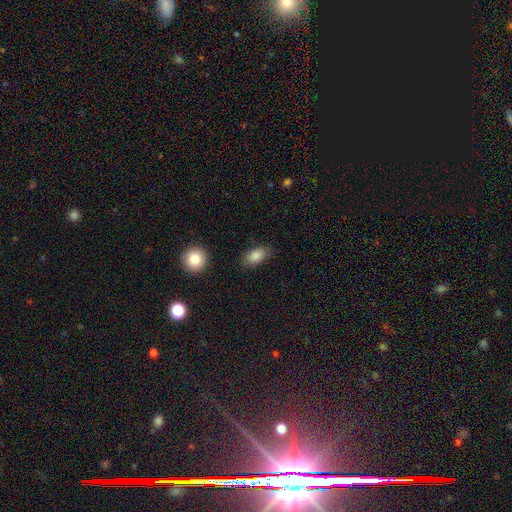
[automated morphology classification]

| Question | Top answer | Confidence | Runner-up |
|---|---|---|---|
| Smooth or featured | smooth | 87% | star or artifact (8%) |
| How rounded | in between | 90% | round (6%) |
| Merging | none | 84% | minor disturbance (11%) |